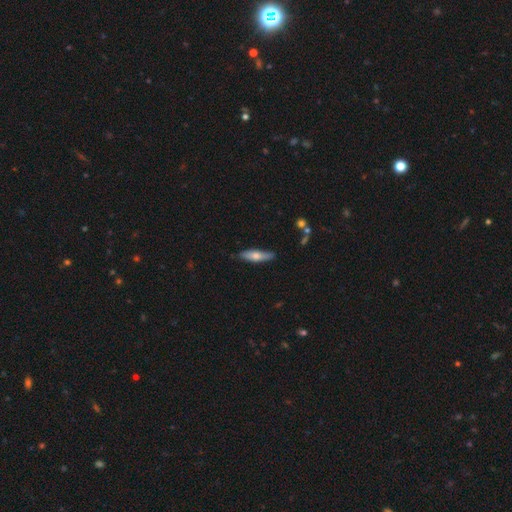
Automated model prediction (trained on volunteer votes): A smooth galaxy with no disk features (60%) that is cigar-shaped (70%).

Vote fractions:
- Smooth or featured? smooth: 60% / featured or disk: 34% / star or artifact: 6%
- How rounded? cigar-shaped: 70% / in between: 28% / round: 2%
- Merging? none: 83% / minor disturbance: 14% / major disturbance: 2% / merger: 2%